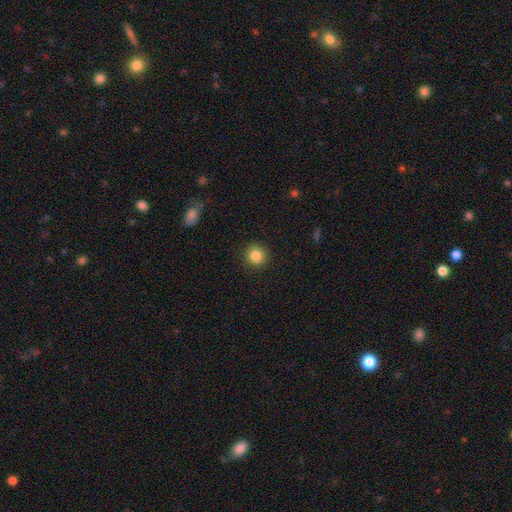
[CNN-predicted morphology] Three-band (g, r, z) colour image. It shows a smooth galaxy with no disk features (85%) that is round (93%). Merging: none (91%).